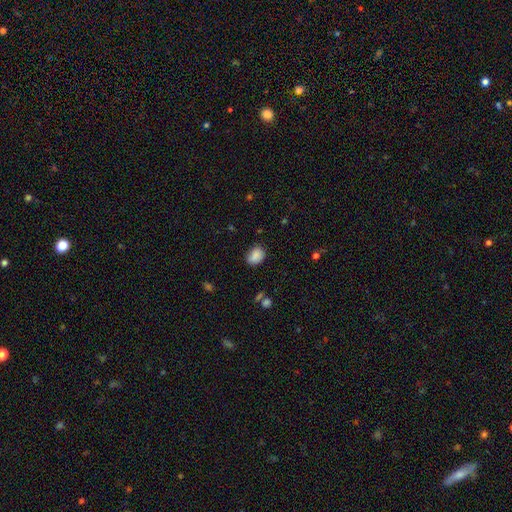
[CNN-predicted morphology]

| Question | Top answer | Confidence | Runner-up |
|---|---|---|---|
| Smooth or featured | smooth | 86% | star or artifact (9%) |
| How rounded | in between | 68% | round (31%) |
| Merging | none | 76% | minor disturbance (18%) |